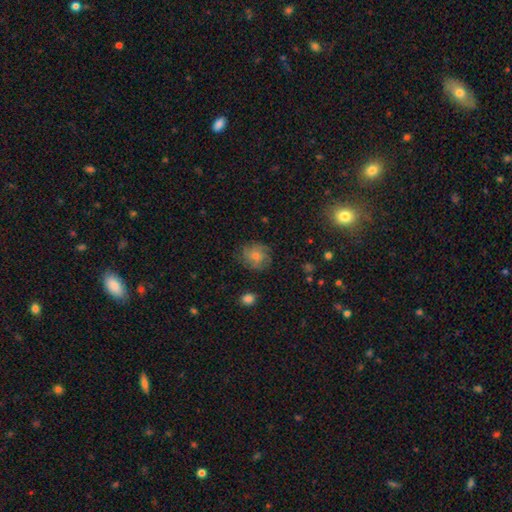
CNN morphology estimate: This is possibly a smooth galaxy (45%). Merging: likely none (78%).